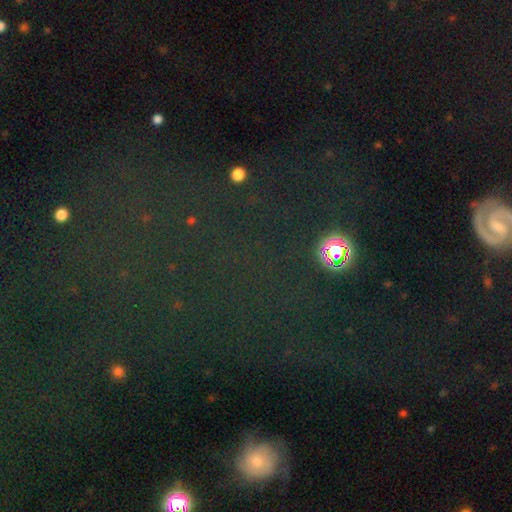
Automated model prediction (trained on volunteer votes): smooth-or-featured: star or artifact: 67% | smooth: 21% | featured or disk: 12%